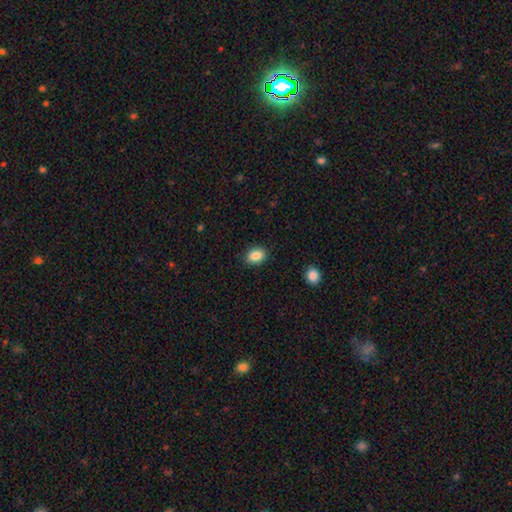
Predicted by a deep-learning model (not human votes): Smooth or featured? smooth (87%)
How rounded? in between (75%)
Merging? none (89%)